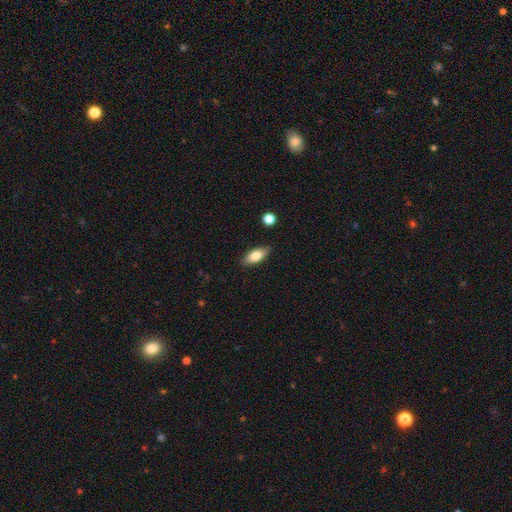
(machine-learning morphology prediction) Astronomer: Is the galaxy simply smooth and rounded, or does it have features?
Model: smooth — 78%.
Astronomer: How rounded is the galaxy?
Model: in between — 83%.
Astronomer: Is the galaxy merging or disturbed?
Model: none — 85%.